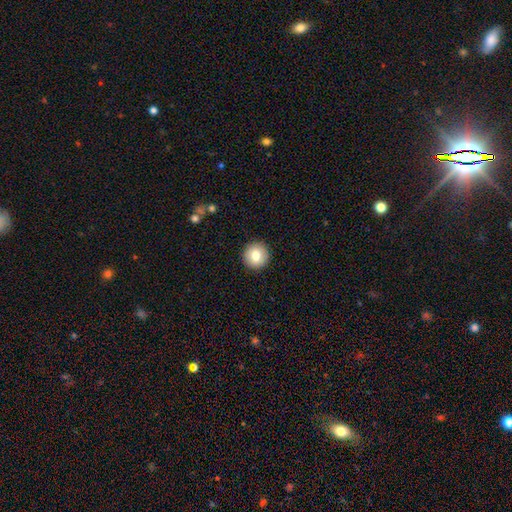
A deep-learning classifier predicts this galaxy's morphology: smooth-or-featured: smooth: 80% | featured or disk: 12% | star or artifact: 8%
  how-rounded: round: 95% | in between: 4% | cigar-shaped: 1%
  merging: none: 92% | minor disturbance: 5% | major disturbance: 2% | merger: 1%